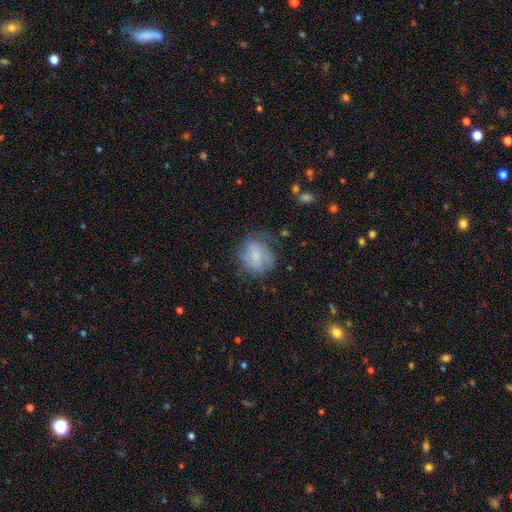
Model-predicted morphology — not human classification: Q: Smooth or featured?
A: smooth (59%); runner-up: featured or disk (32%)
Q: How rounded?
A: round (62%); runner-up: in between (37%)
Q: Merging?
A: none (55%); runner-up: minor disturbance (27%)